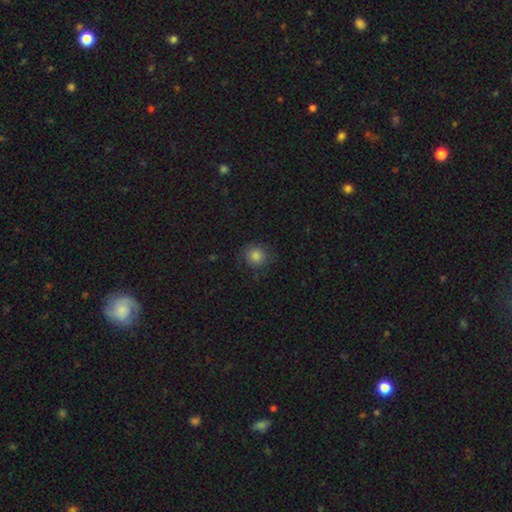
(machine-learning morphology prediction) smooth 82%, star or artifact 11%, featured or disk 7%. Down the decision tree: how rounded — round (89%); merging — none (82%).